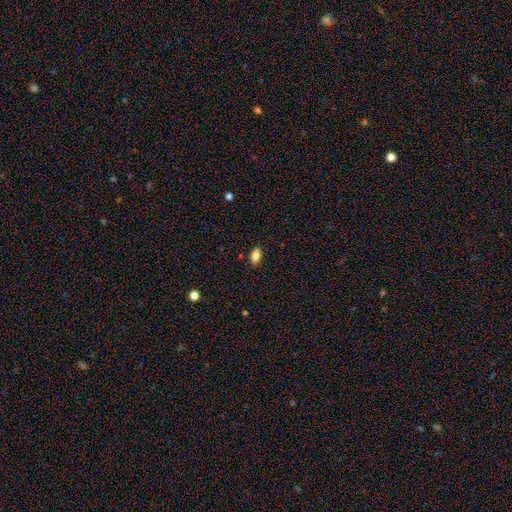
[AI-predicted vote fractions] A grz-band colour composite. It shows a smooth galaxy with no disk features (86%) that is in between round and cigar-shaped (90%). Merging: none (87%).